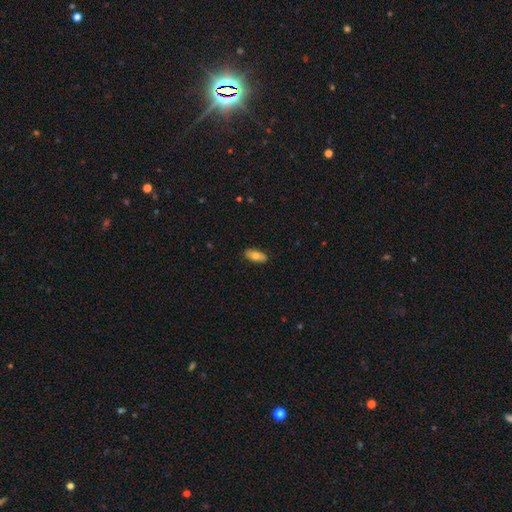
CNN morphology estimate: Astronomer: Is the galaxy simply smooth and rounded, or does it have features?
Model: smooth — 73%.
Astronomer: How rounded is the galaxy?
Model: in between — 86%.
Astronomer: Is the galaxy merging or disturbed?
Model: none — 87%.